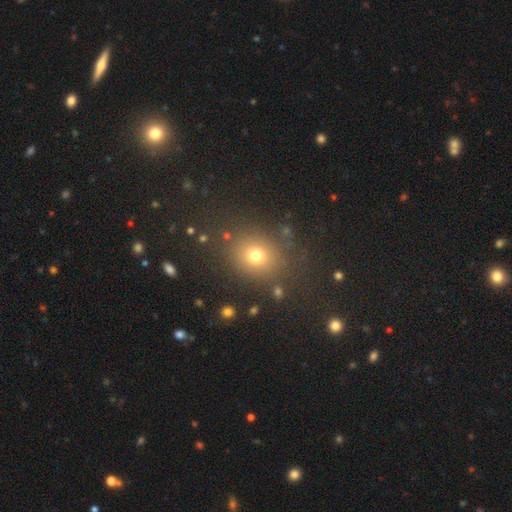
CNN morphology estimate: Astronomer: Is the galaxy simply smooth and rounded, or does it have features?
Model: smooth — 73%.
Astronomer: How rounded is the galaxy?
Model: round — 71%.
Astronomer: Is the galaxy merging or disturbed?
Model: none — 81%.